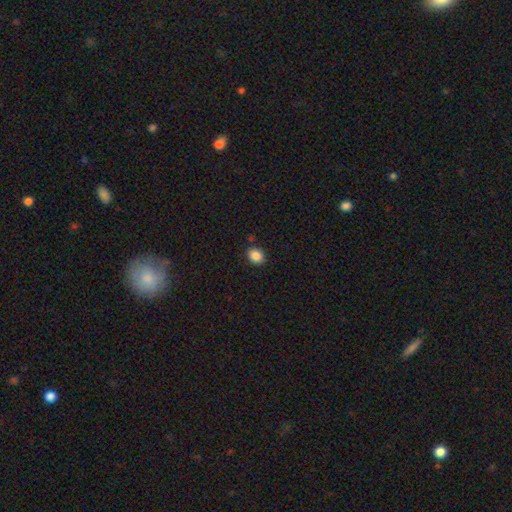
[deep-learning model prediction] A smooth galaxy with no disk features (87%) that is in between round and cigar-shaped (59%). Merging: none (85%).